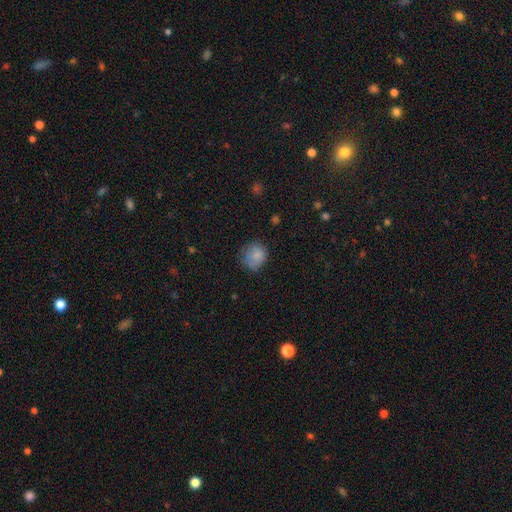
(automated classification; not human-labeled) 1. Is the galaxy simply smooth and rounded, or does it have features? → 82% smooth, 10% star or artifact, 8% featured or disk.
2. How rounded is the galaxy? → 72% round, 27% in between, 1% cigar-shaped.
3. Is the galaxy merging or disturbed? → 65% none, 26% minor disturbance, 8% major disturbance, 1% merger.